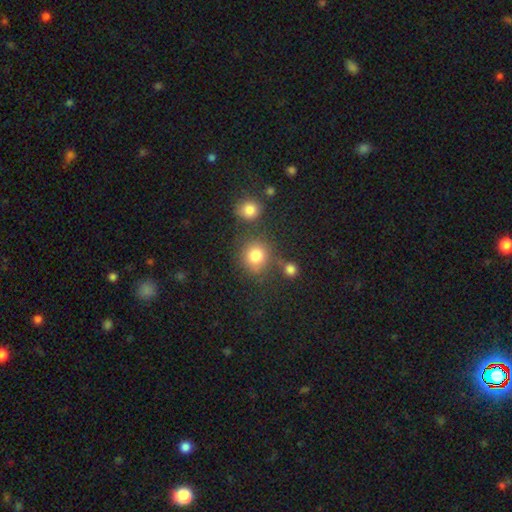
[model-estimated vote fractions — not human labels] Q: Smooth or featured?
A: smooth (81%); runner-up: star or artifact (13%)
Q: How rounded?
A: round (87%); runner-up: in between (12%)
Q: Merging?
A: none (70%); runner-up: merger (13%)